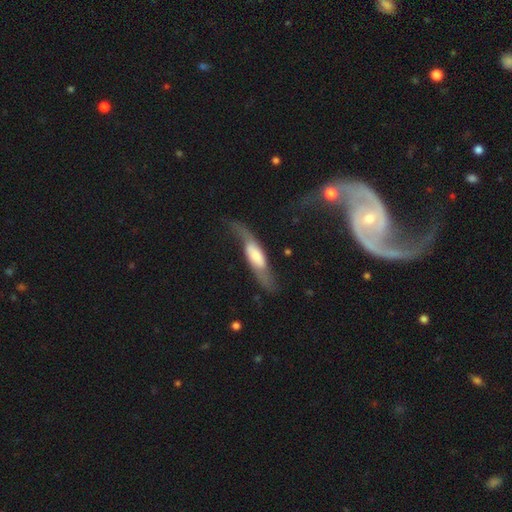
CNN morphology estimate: Smooth or featured?
  - featured or disk: 60% *
  - smooth: 34%
  - star or artifact: 6%
Edge-on disk?
  - no: 59% *
  - yes: 41%
Merging?
  - none: 49% *
  - minor disturbance: 25%
  - major disturbance: 22%
  - merger: 4%